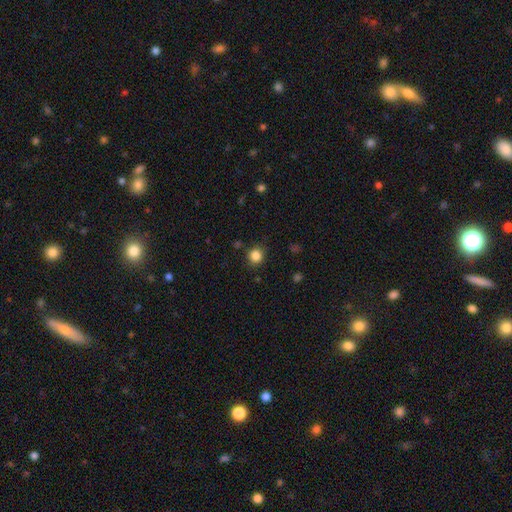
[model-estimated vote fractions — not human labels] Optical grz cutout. It shows a smooth galaxy with no disk features (84%) that is round (89%). Merging: none (87%).